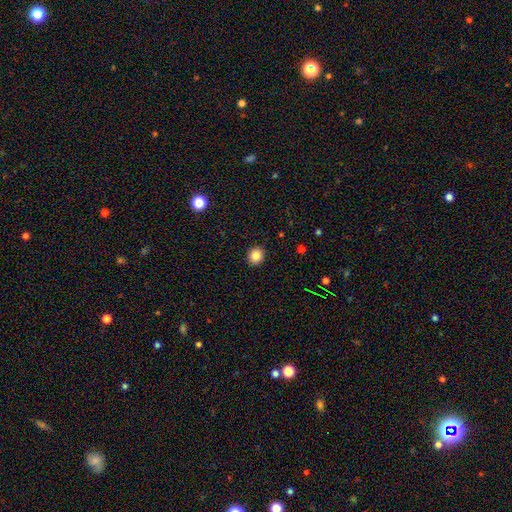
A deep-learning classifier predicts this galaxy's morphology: Smooth or featured?
  - smooth: 84% *
  - star or artifact: 11%
  - featured or disk: 6%
How rounded?
  - round: 84% *
  - in between: 15%
  - cigar-shaped: 1%
Merging?
  - none: 91% *
  - minor disturbance: 6%
  - major disturbance: 2%
  - merger: 1%